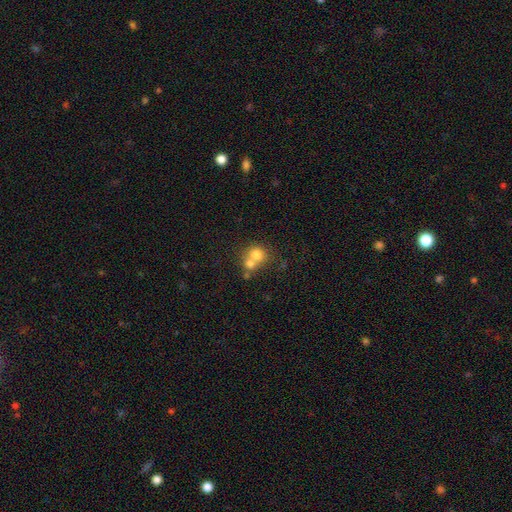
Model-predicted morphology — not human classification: A smooth galaxy with no disk features (70%) that is round (82%). Merging: merger (57%).